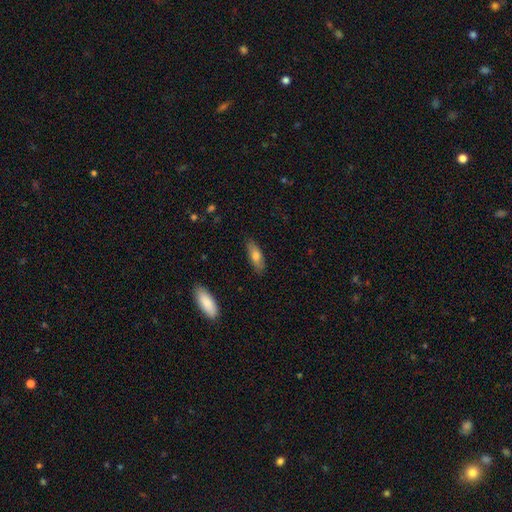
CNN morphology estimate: The model was most divided on "how rounded": in between: 66%, cigar-shaped: 32%, round: 2%. More confident: merging — none (82%); smooth or featured — smooth (72%).